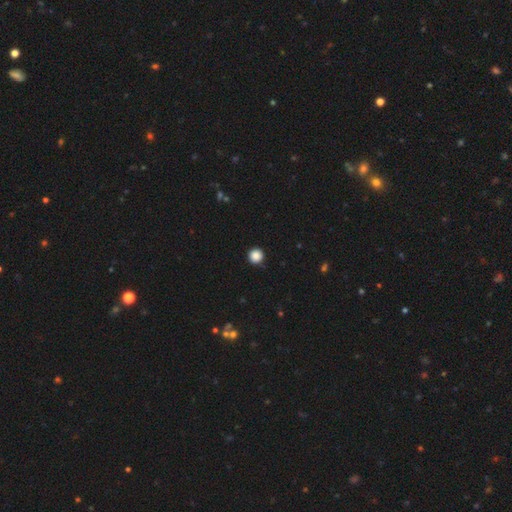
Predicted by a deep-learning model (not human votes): Overall: smooth (87%). How rounded: round (96%). Merging: none (92%).